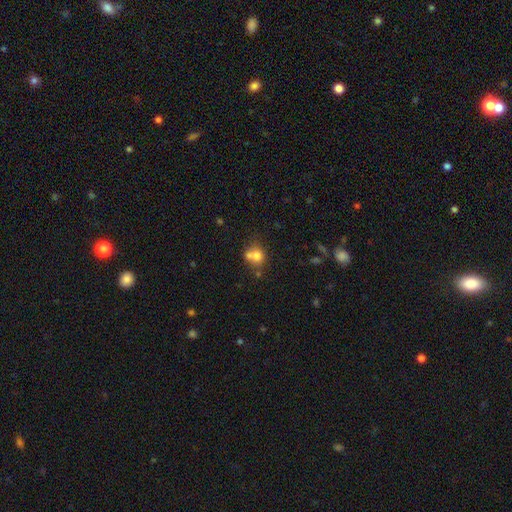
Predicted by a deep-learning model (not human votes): Smooth or featured: smooth — 72% (featured or disk — 16%)
How rounded: round — 74% (in between — 25%)
Merging: merger — 45% (none — 39%)